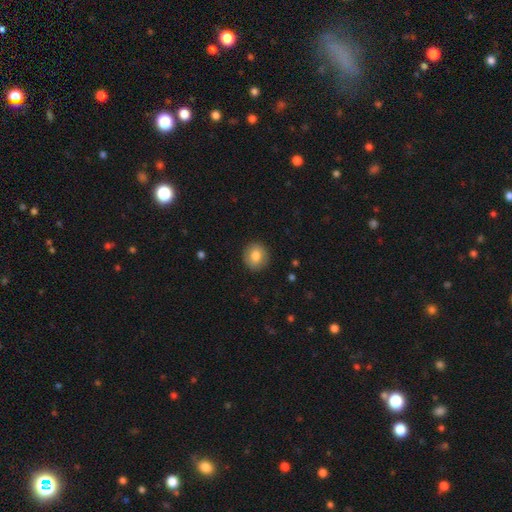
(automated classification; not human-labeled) Smooth or featured? smooth (80%)
How rounded? round (86%)
Merging? none (90%)